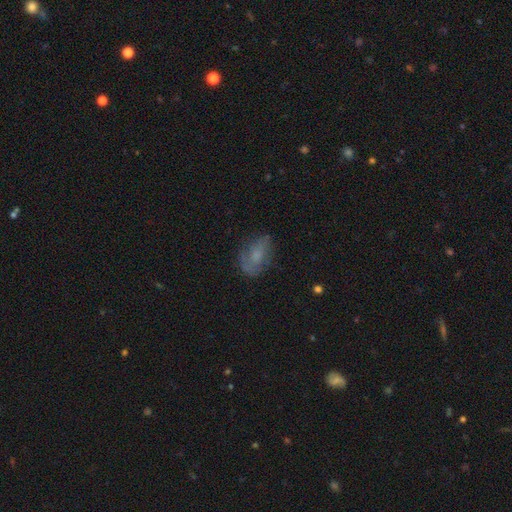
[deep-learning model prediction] Overall: smooth (48%; featured or disk 41%). Merging: none (58%; minor disturbance 26%).